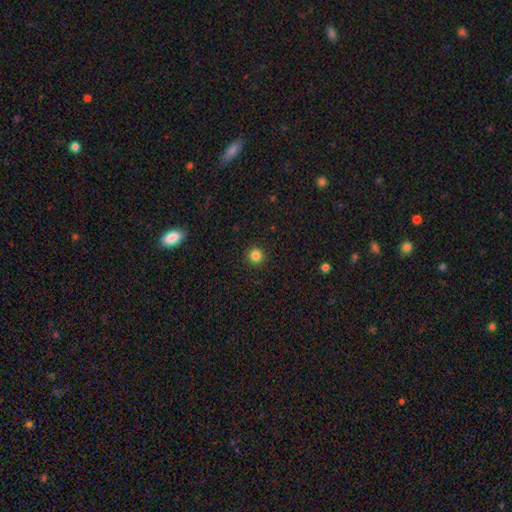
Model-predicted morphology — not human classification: A smooth galaxy with no disk features (84%) that is round (95%). Merging: none (93%).